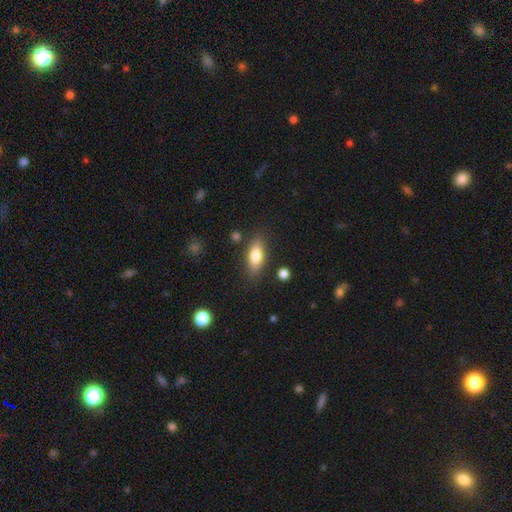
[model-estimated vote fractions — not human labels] This appears to be a smooth galaxy with no disk features (77%) that is in between round and cigar-shaped (78%). Merging: none (81%).